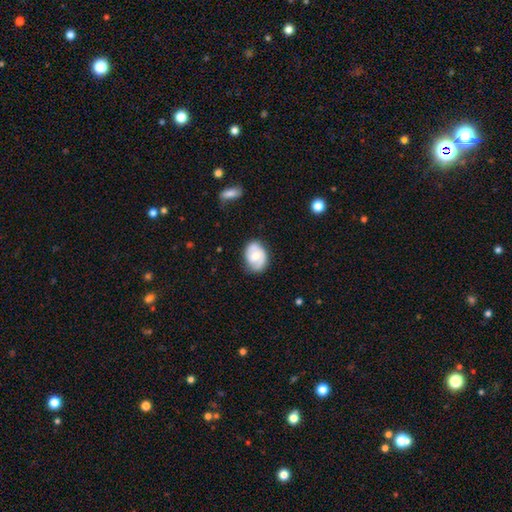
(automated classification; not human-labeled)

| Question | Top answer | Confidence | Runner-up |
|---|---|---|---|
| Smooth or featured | featured or disk | 52% | smooth (41%) |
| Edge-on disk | no | 96% | yes (4%) |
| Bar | no | 62% | weak (31%) |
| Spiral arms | yes | 72% | no (28%) |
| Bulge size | moderate | 65% | small (27%) |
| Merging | none | 72% | minor disturbance (21%) |